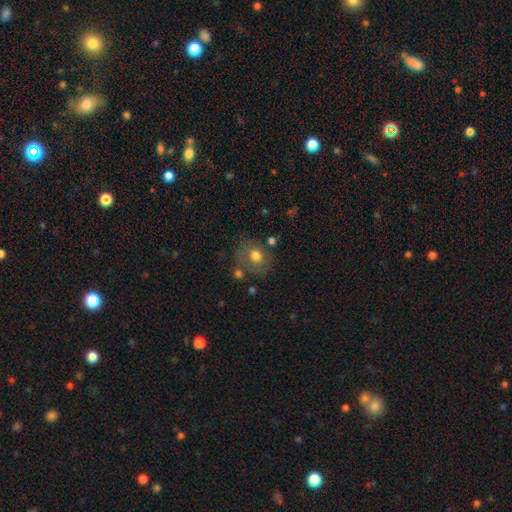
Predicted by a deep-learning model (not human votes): Smooth or featured? Predicted: smooth (p=0.71). How rounded? Predicted: round (p=0.76). Merging? Predicted: none (p=0.65).